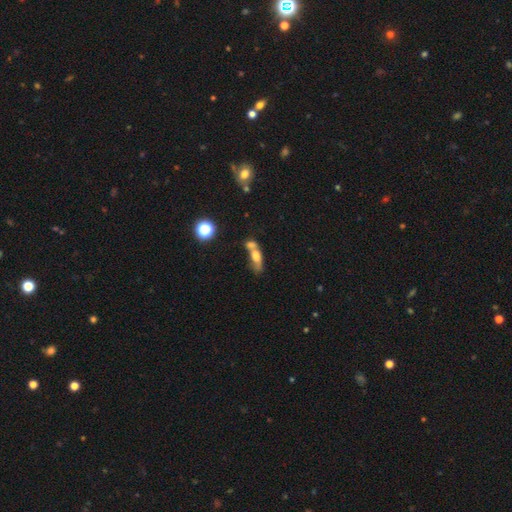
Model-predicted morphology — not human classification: type=smooth (56%); roundness=in between (60%); merging=merger (55%).